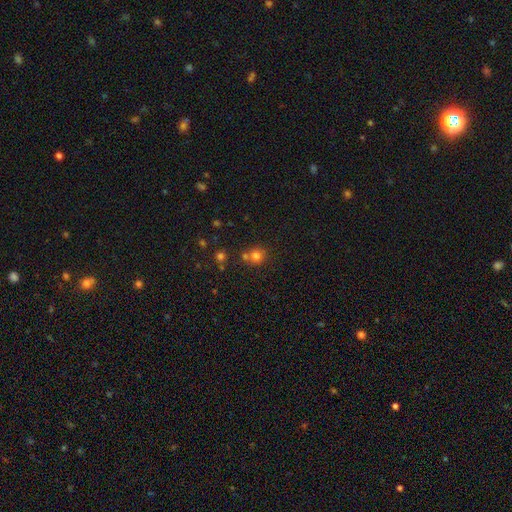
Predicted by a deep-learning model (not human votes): A smooth galaxy with no disk features (76%) that is round (86%).

Vote fractions:
- Smooth or featured? smooth: 76% / star or artifact: 16% / featured or disk: 9%
- How rounded? round: 86% / in between: 13% / cigar-shaped: 1%
- Merging? none: 60% / merger: 28% / minor disturbance: 8% / major disturbance: 3%